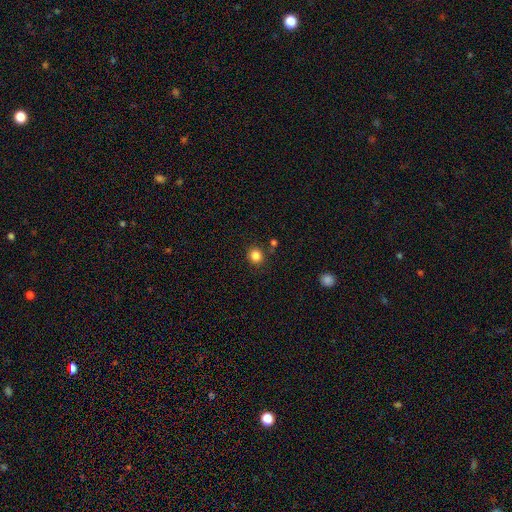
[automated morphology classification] smooth-or-featured: smooth: 84% | star or artifact: 11% | featured or disk: 4%
  how-rounded: round: 87% | in between: 12% | cigar-shaped: 1%
  merging: none: 85% | minor disturbance: 8% | merger: 5% | major disturbance: 3%